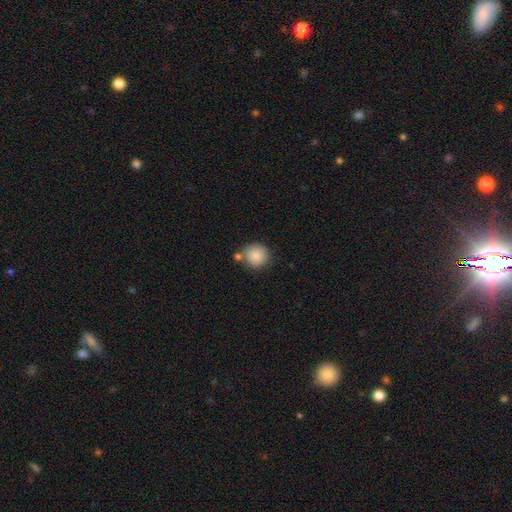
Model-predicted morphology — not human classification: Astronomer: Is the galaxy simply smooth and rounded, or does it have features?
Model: smooth — 87%.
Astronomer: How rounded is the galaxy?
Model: round — 91%.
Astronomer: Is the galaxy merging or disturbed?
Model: none — 68%.